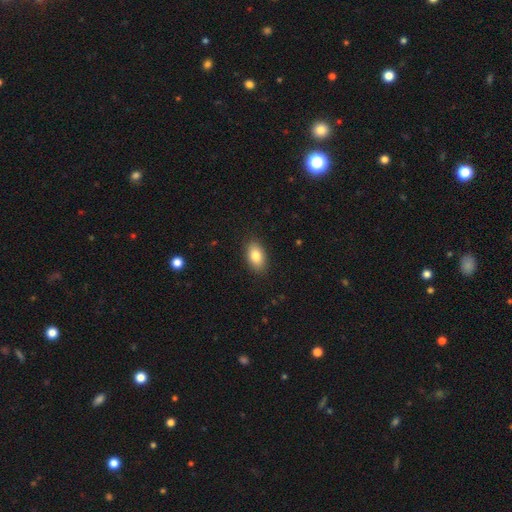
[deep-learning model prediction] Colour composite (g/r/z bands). It shows a smooth galaxy with no disk features (83%) that is in between round and cigar-shaped (91%). Merging: none (88%).